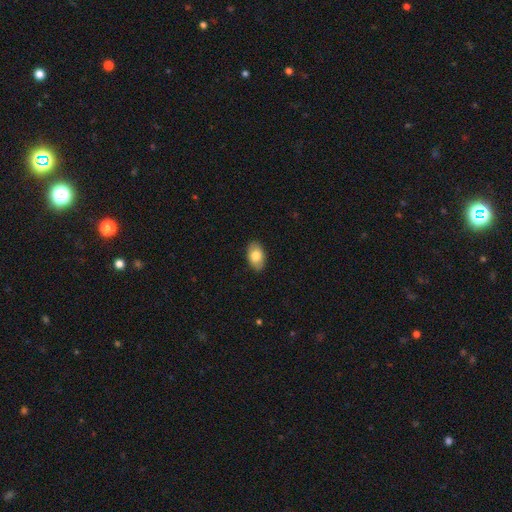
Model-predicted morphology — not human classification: Smooth or featured? smooth (78%)
How rounded? in between (92%)
Merging? none (88%)